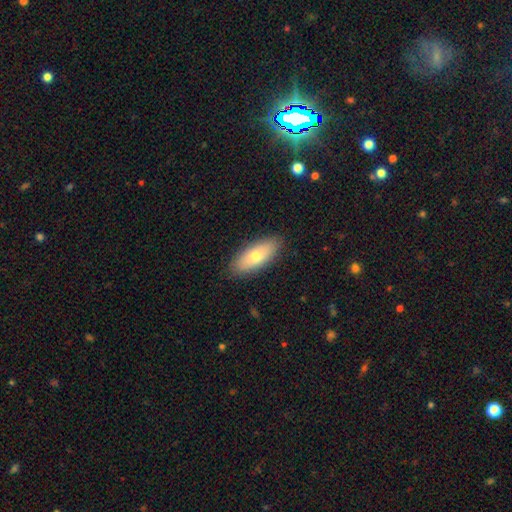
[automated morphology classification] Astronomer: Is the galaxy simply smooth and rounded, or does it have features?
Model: smooth — 72%.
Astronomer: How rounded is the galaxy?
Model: in between — 80%.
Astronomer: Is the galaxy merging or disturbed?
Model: none — 88%.